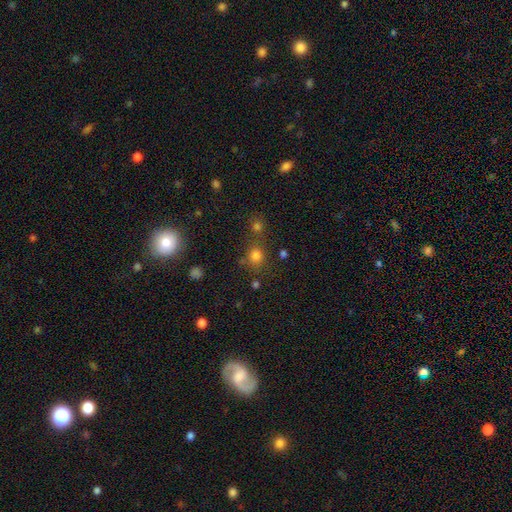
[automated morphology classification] smooth_or_featured: smooth (p=0.76) [alt: star or artifact p=0.18]
how_rounded: round (p=0.79) [alt: in between p=0.20]
merging: none (p=0.64) [alt: merger p=0.21]